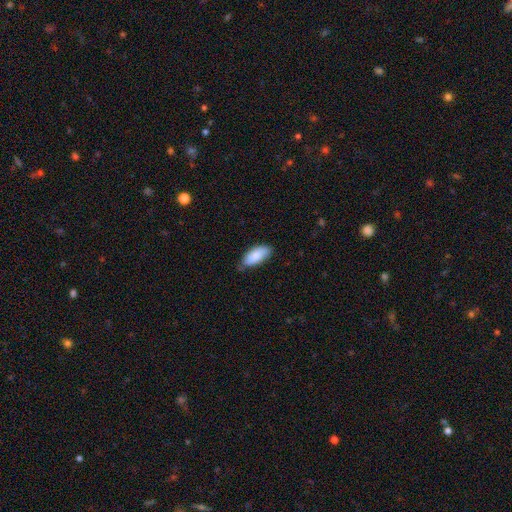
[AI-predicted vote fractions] Smooth or featured? Predicted: smooth (p=0.85). How rounded? Predicted: in between (p=0.88). Merging? Predicted: none (p=0.67).